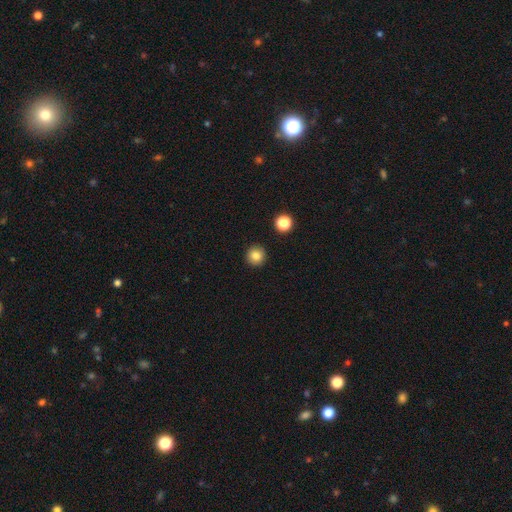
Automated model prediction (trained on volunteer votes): This is clearly a smooth galaxy (84%). How rounded: clearly round (95%). Merging: clearly none (92%).